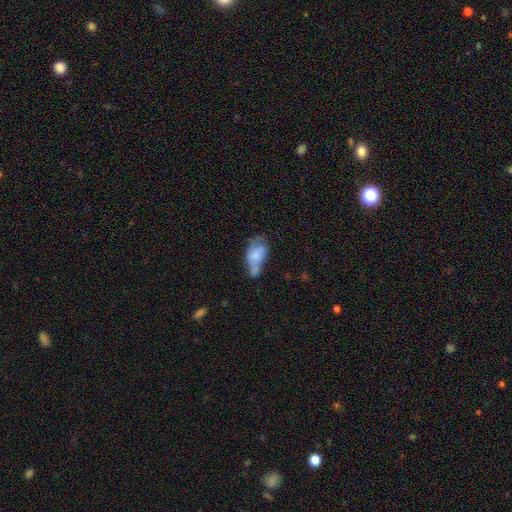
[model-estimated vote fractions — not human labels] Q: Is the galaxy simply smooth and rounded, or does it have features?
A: smooth — 63%.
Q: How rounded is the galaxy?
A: in between — 89%.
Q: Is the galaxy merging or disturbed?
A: merger — 28%.